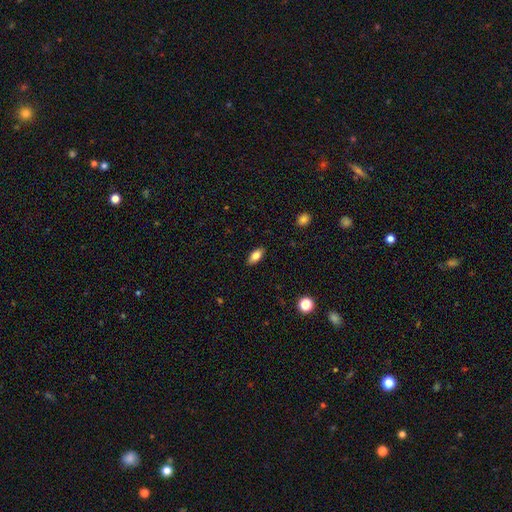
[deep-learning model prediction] This appears to be a smooth galaxy with no disk features (81%) that is in between round and cigar-shaped (88%). Merging: none (88%).